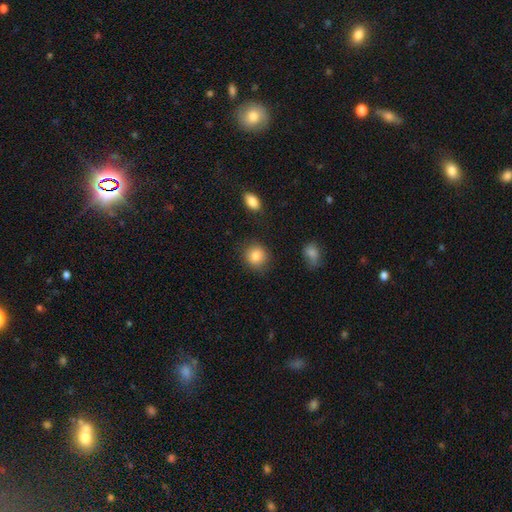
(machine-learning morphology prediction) A smooth galaxy with no disk features (85%) that is round (84%).

Vote fractions:
- Smooth or featured? smooth: 85% / star or artifact: 8% / featured or disk: 7%
- How rounded? round: 84% / in between: 15% / cigar-shaped: 1%
- Merging? none: 83% / minor disturbance: 11% / major disturbance: 3% / merger: 2%